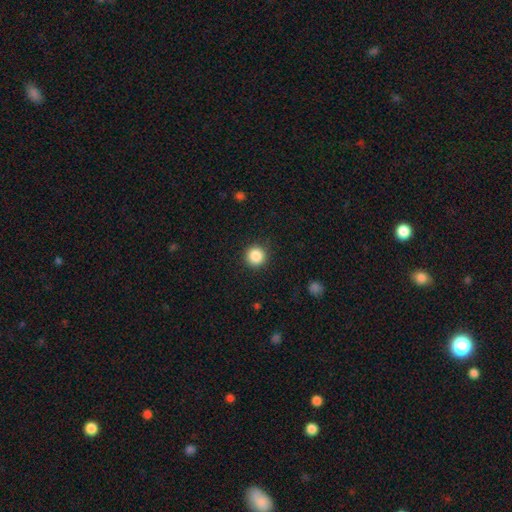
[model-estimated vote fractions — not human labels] A smooth galaxy with no disk features (87%) that is round (95%). Merging: none (90%).